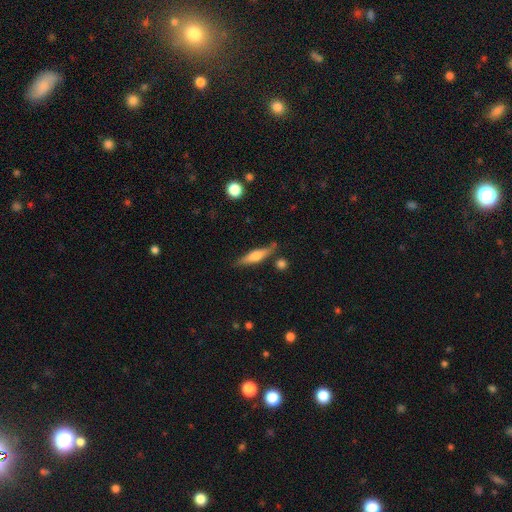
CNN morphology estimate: type=featured or disk (49%); merging=none (75%).